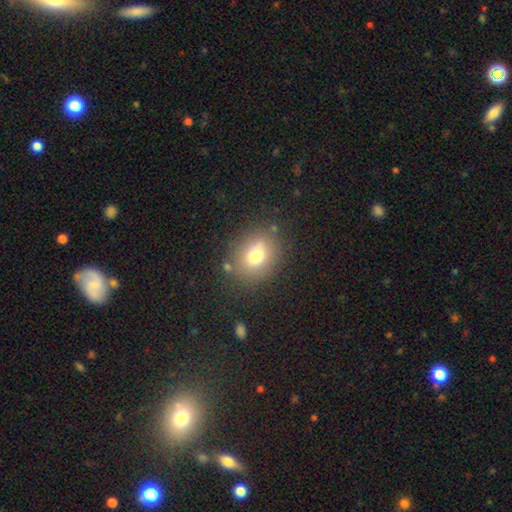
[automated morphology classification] smooth 71%, featured or disk 16%, star or artifact 13%. Down the decision tree: how rounded — round (52%); merging — none (77%).